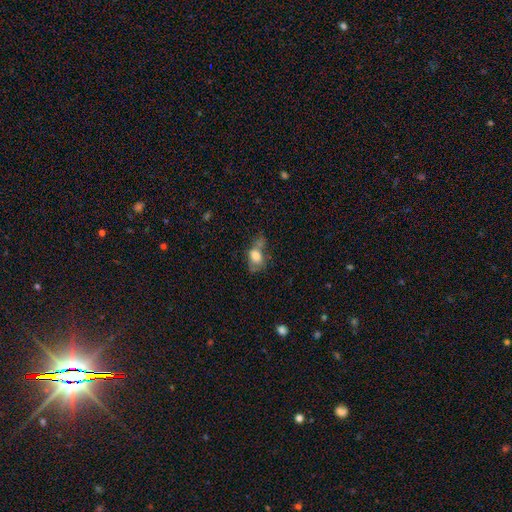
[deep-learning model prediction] A smooth galaxy with no disk features (67%) that is in between round and cigar-shaped (75%). Merging: none (29%, tied with major disturbance).